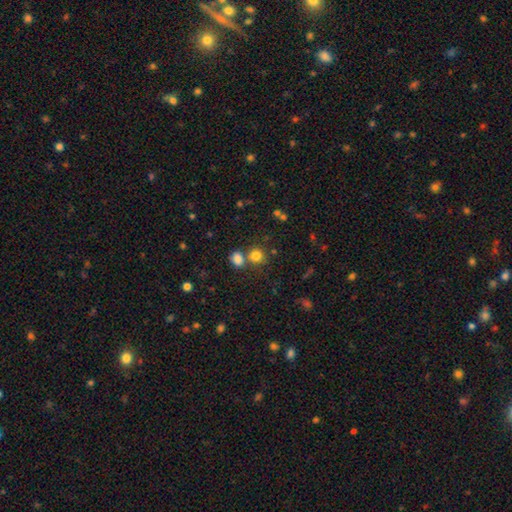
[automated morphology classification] This appears to be a smooth galaxy with no disk features (80%) that is round (85%). Merging: none (65%).